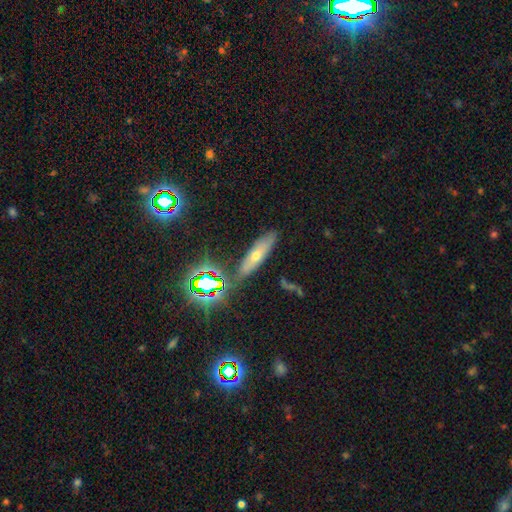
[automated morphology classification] Smooth or featured? Predicted: smooth (p=0.41). Merging? Predicted: none (p=0.79).